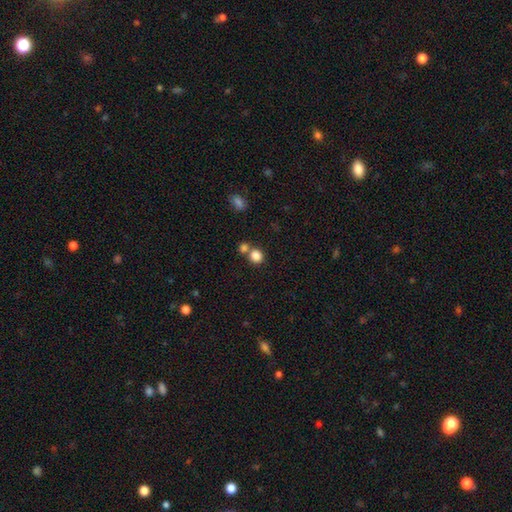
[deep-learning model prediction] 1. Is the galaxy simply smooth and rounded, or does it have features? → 84% smooth, 11% star or artifact, 5% featured or disk.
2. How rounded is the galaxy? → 81% round, 18% in between, 1% cigar-shaped.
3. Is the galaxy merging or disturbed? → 55% none, 34% merger, 7% minor disturbance, 3% major disturbance.